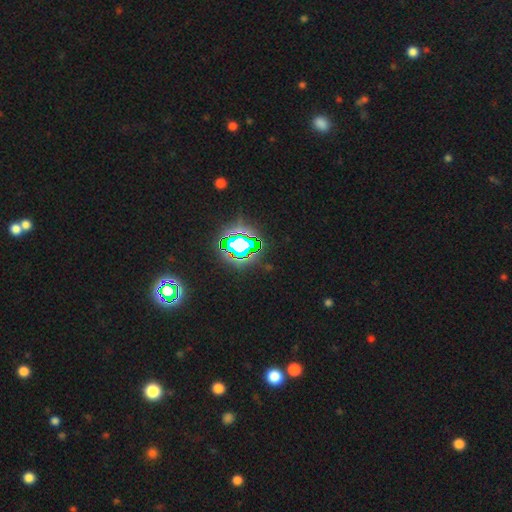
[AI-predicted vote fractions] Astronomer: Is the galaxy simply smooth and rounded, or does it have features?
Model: star or artifact — 81%.